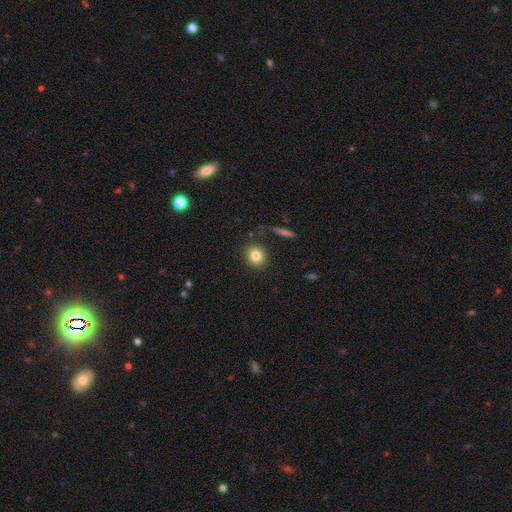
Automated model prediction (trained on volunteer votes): The model was most divided on "how rounded": round: 81%, in between: 18%, cigar-shaped: 1%. More confident: merging — none (87%); smooth or featured — smooth (81%).